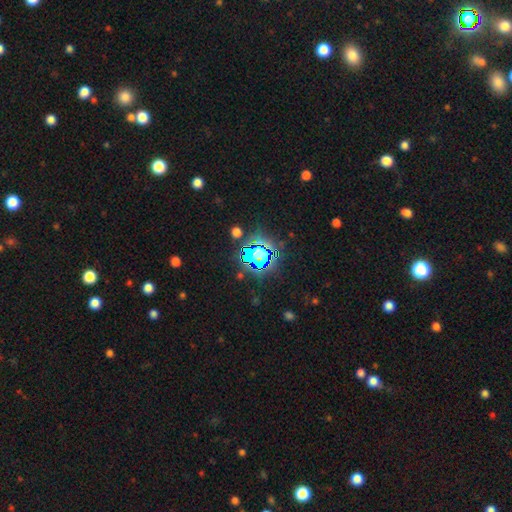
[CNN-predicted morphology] The model was most divided on "smooth or featured": star or artifact: 68%, smooth: 21%, featured or disk: 11%.